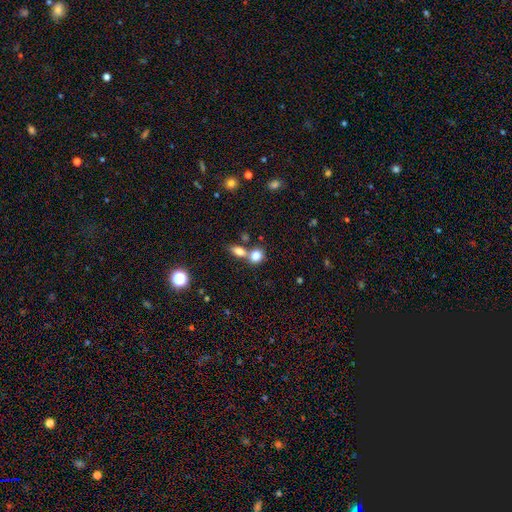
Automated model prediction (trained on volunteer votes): The model was most divided on "merging": merger: 47%, none: 41%, minor disturbance: 8%, major disturbance: 3%. More confident: smooth or featured — smooth (80%); how rounded — round (61%).